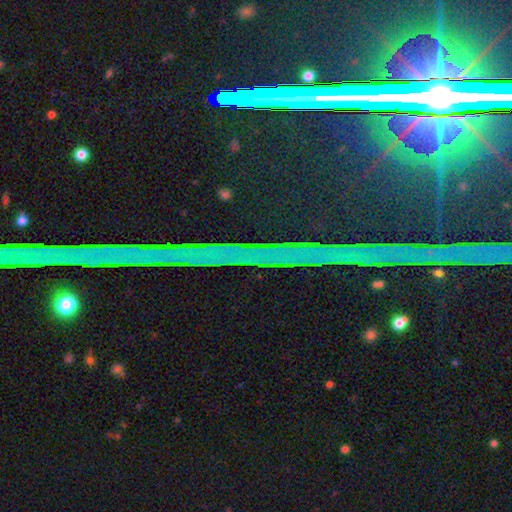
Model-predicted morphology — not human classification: This is clearly a star or artifact rather than a galaxy (85%).